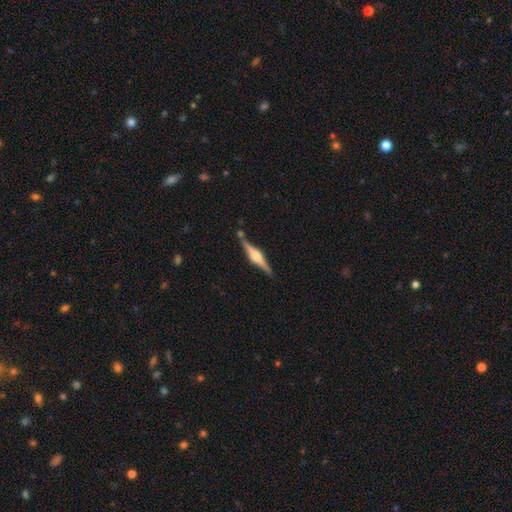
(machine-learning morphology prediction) Smooth or featured? Predicted: featured or disk (p=0.80). Edge-on disk? Predicted: yes (p=0.98). Edge-on bulge? Predicted: rounded (p=0.89). Merging? Predicted: none (p=0.84).